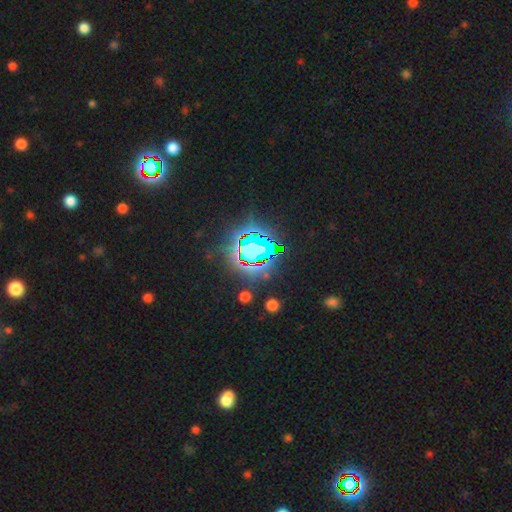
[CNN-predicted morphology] Q: Smooth or featured?
A: star or artifact (81%); runner-up: smooth (11%)